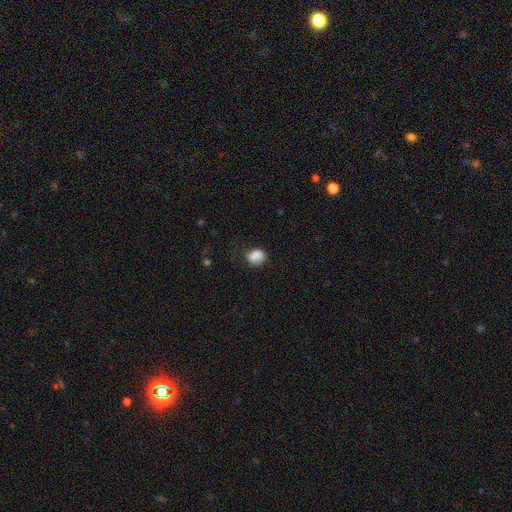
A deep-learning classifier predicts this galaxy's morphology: smooth 80%, featured or disk 11%, star or artifact 10%. Down the decision tree: how rounded — in between (51%); merging — none (52%).